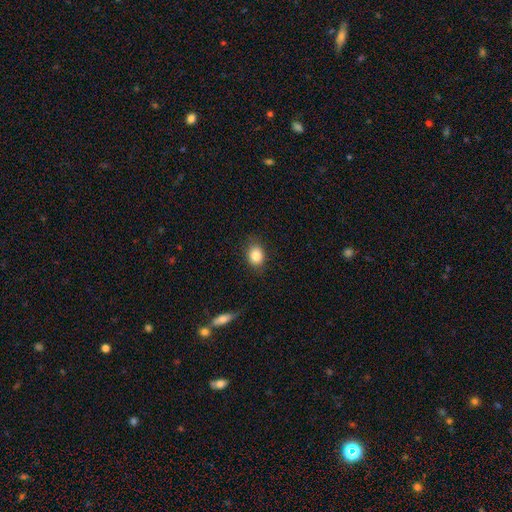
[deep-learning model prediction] Morphology: type=smooth (85%); roundness=in between (52%); merging=none (84%).